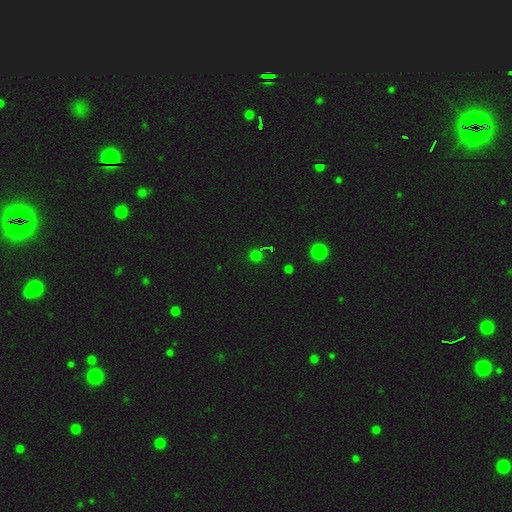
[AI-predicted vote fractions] smooth-or-featured: smooth: 63% | star or artifact: 33% | featured or disk: 4%
  how-rounded: round: 93% | in between: 6% | cigar-shaped: 1%
  merging: none: 88% | minor disturbance: 7% | major disturbance: 2% | merger: 2%